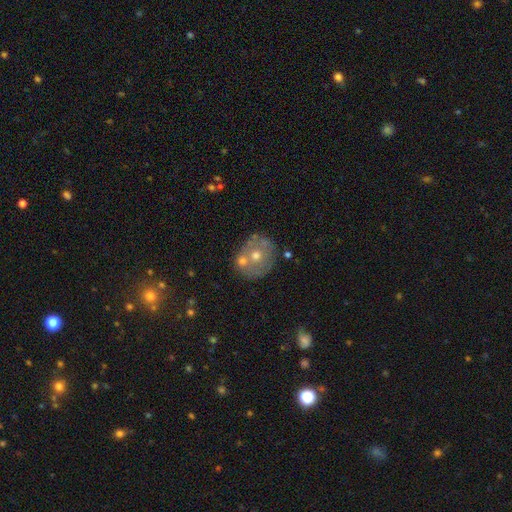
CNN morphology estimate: This appears to be a featured or disk galaxy (46%). Merging: none (64%).